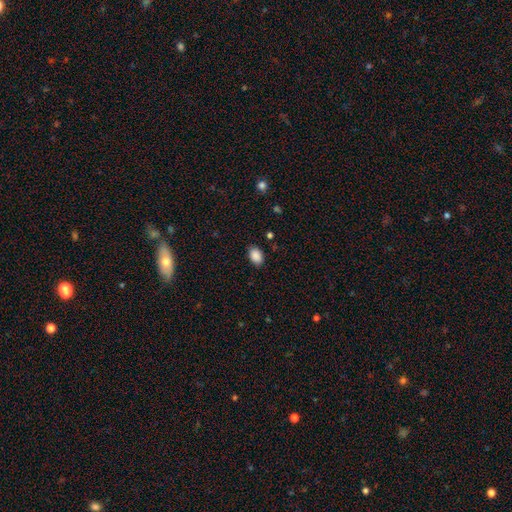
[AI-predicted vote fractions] Smooth or featured? Predicted: smooth (p=0.89). How rounded? Predicted: in between (p=0.85). Merging? Predicted: none (p=0.86).